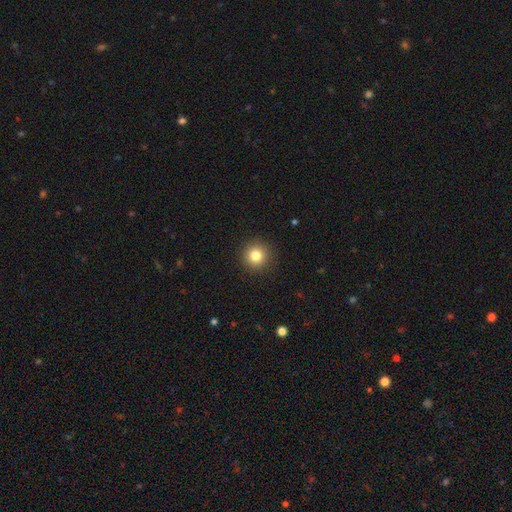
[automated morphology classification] A smooth galaxy with no disk features (82%) that is round (95%). Merging: none (92%).